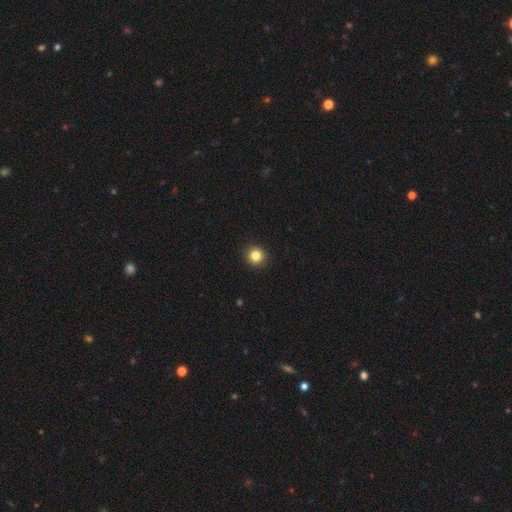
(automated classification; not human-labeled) A smooth galaxy with no disk features (84%) that is round (93%). Merging: none (93%).